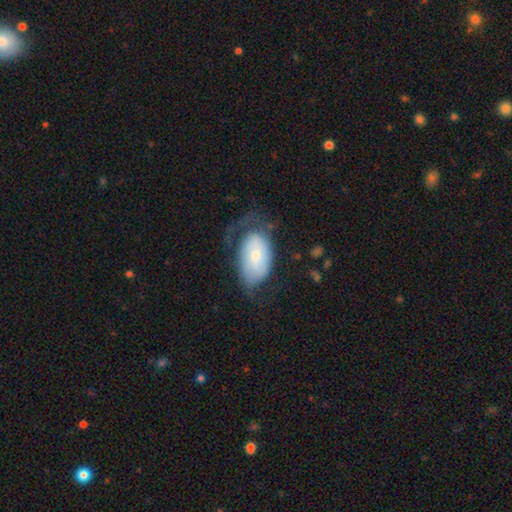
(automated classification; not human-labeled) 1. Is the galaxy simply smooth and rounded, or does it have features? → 52% smooth, 42% featured or disk, 7% star or artifact.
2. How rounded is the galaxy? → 91% in between, 8% round, 1% cigar-shaped.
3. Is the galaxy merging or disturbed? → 39% none, 33% major disturbance, 26% minor disturbance, 2% merger.